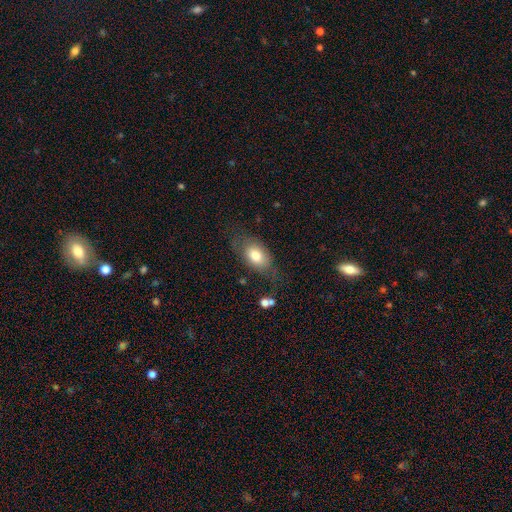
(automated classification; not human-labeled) Smooth or featured? Predicted: smooth (p=0.75). How rounded? Predicted: in between (p=0.87). Merging? Predicted: none (p=0.63).